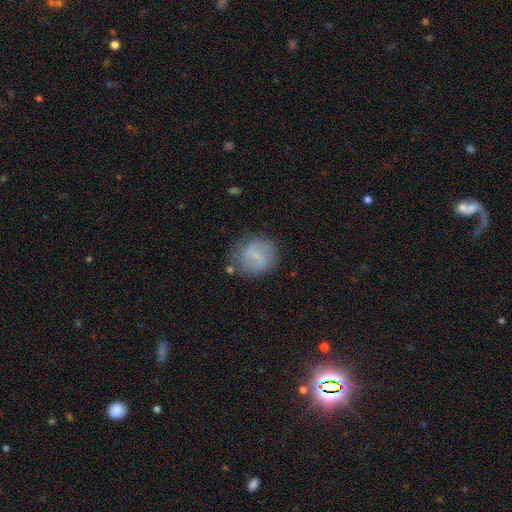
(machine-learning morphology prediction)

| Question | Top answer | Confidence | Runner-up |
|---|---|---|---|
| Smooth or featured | featured or disk | 48% | smooth (44%) |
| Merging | none | 73% | minor disturbance (17%) |